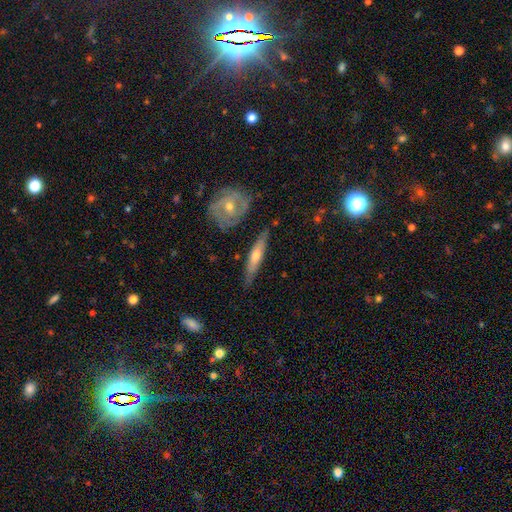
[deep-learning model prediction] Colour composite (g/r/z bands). It shows a featured or disk galaxy (51%) viewed edge-on (77%). Merging: none (76%).